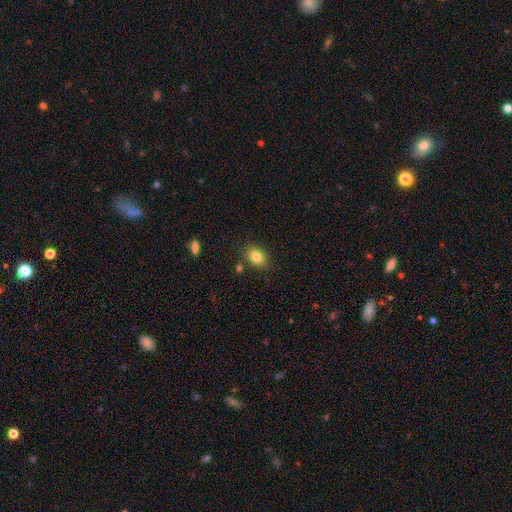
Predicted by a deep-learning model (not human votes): smooth 82%, star or artifact 10%, featured or disk 8%. Down the decision tree: how rounded — in between (59%); merging — none (79%).